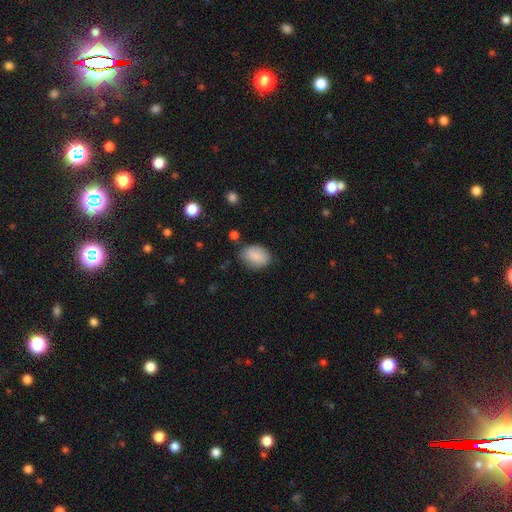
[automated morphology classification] Overall: smooth (87%). How rounded: in between (76%). Merging: none (73%).